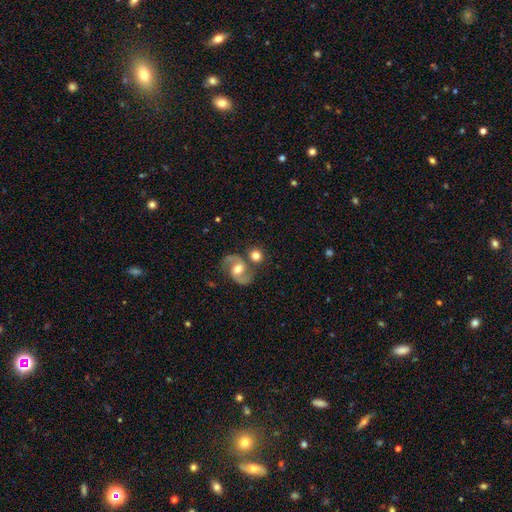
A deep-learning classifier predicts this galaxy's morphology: Smooth or featured? Predicted: smooth (p=0.48). Merging? Predicted: none (p=0.67).